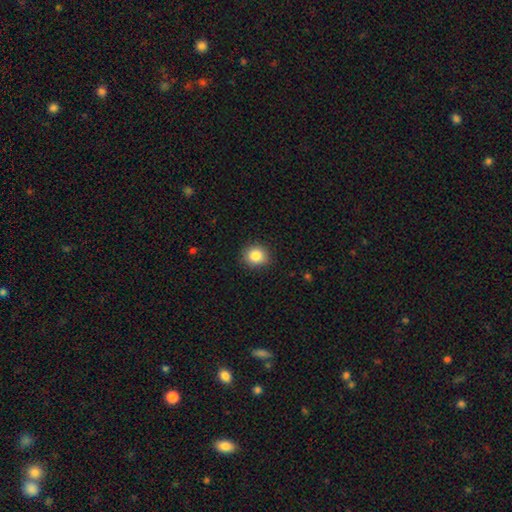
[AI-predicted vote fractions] Smooth or featured? smooth (85%)
How rounded? round (82%)
Merging? none (88%)